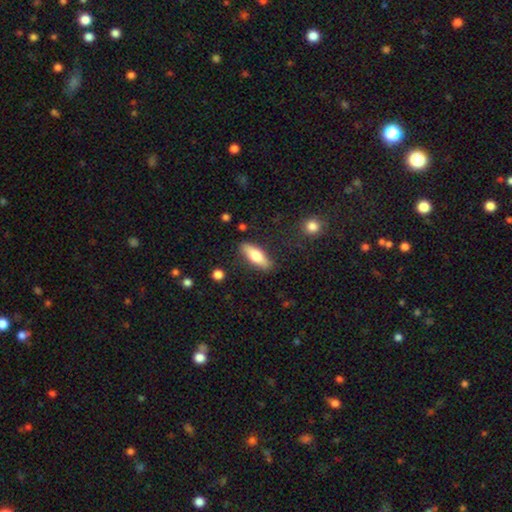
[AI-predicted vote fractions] Smooth or featured?
  - smooth: 66% *
  - featured or disk: 28%
  - star or artifact: 6%
How rounded?
  - in between: 59% *
  - cigar-shaped: 39%
  - round: 3%
Merging?
  - none: 85% *
  - minor disturbance: 10%
  - major disturbance: 2%
  - merger: 2%